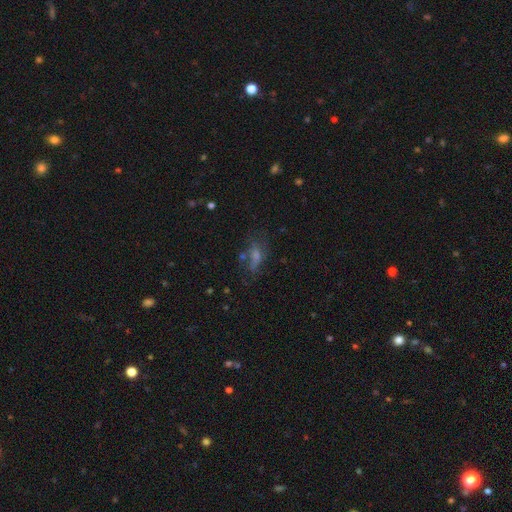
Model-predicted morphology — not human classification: This is marginally a smooth galaxy (40%). Merging: possibly none (54%).